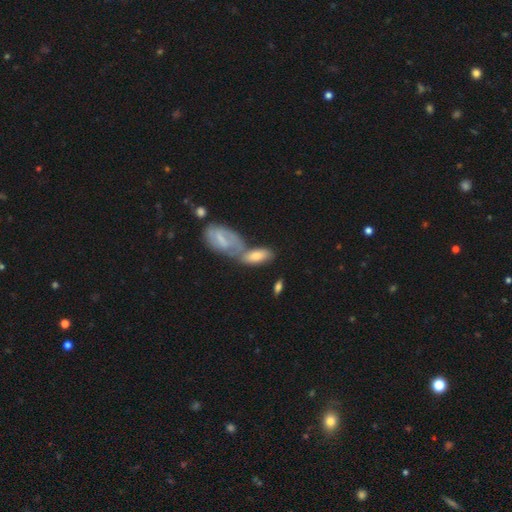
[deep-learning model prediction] Smooth or featured? Predicted: smooth (p=0.59). How rounded? Predicted: in between (p=0.82). Merging? Predicted: merger (p=0.52).